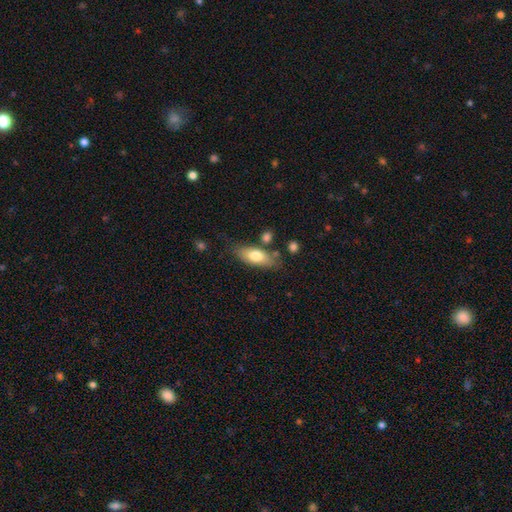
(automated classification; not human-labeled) smooth-or-featured: smooth: 73% | featured or disk: 20% | star or artifact: 6%
  how-rounded: in between: 78% | cigar-shaped: 20% | round: 3%
  merging: none: 73% | minor disturbance: 16% | merger: 7% | major disturbance: 4%